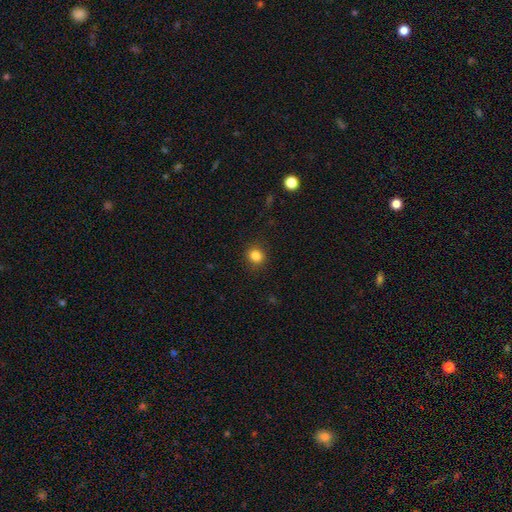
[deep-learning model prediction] The model was most divided on "how rounded": round: 83%, in between: 16%, cigar-shaped: 1%. More confident: merging — none (89%); smooth or featured — smooth (84%).